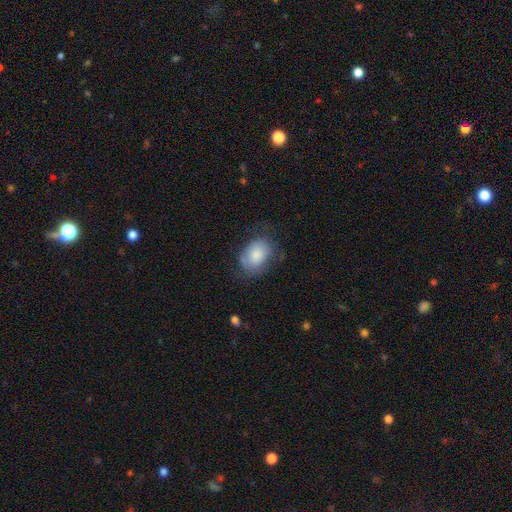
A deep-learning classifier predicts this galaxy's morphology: This is likely a smooth galaxy (77%). How rounded: likely in between (73%). Merging: likely none (63%).